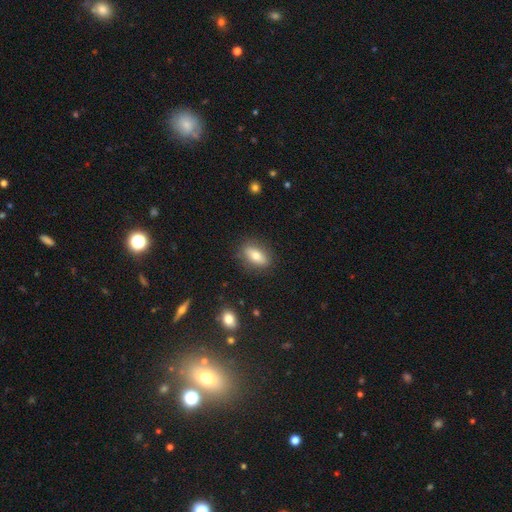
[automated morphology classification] smooth_or_featured: smooth (p=0.71) [alt: featured or disk p=0.21]
how_rounded: in between (p=0.79) [alt: cigar-shaped p=0.13]
merging: none (p=0.85) [alt: minor disturbance p=0.11]